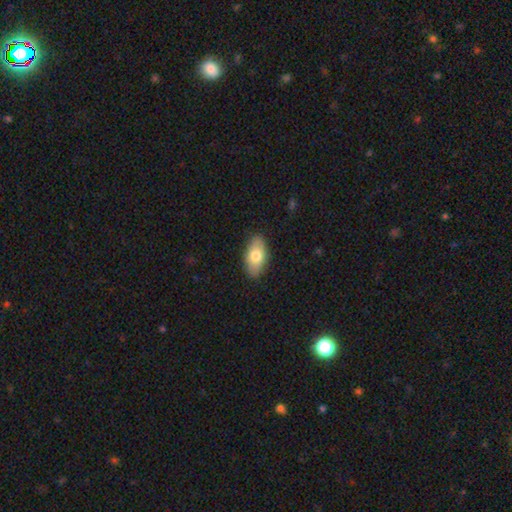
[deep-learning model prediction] This appears to be a smooth galaxy with no disk features (76%) that is in between round and cigar-shaped (93%). Merging: none (87%).